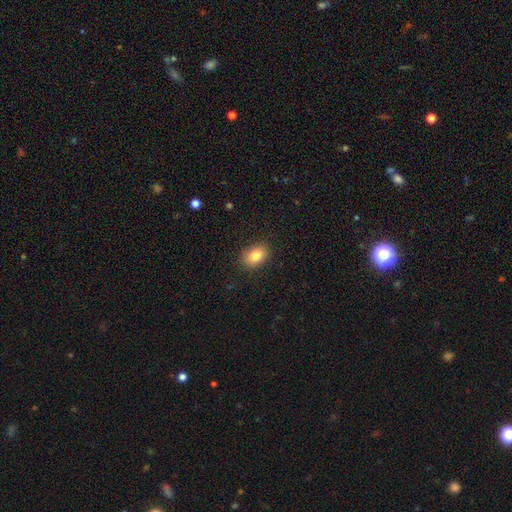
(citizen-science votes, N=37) Volunteers were most divided on "how rounded": in between: 77%, round: 23%, cigar-shaped: 0%. More confident: smooth or featured — smooth (84%); merging — none (82%).